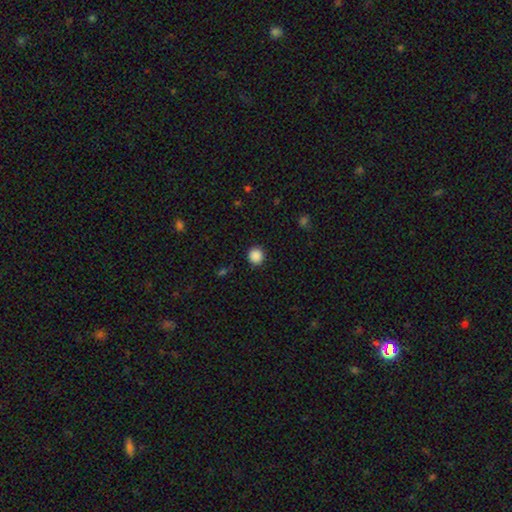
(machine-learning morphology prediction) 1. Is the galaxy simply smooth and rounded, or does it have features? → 88% smooth, 10% star or artifact, 2% featured or disk.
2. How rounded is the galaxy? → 92% round, 7% in between, 1% cigar-shaped.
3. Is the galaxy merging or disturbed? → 91% none, 6% minor disturbance, 2% major disturbance, 1% merger.